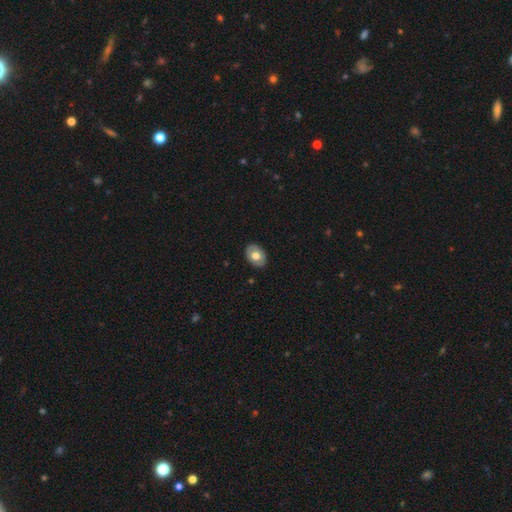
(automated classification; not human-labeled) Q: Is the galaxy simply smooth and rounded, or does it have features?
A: smooth — 65%.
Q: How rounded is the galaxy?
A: in between — 77%.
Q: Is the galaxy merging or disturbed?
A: none — 87%.